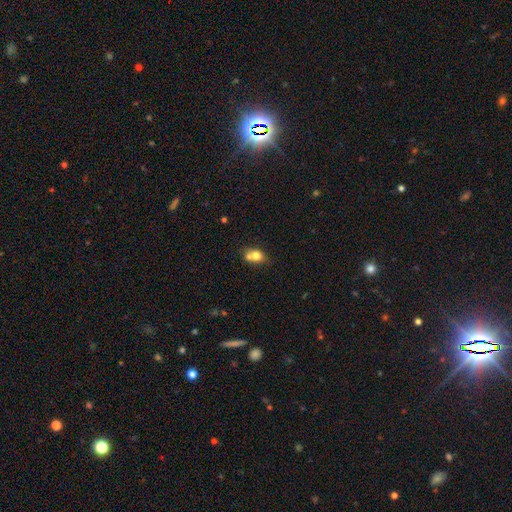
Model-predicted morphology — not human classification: Smooth or featured? Predicted: smooth (p=0.75). How rounded? Predicted: in between (p=0.62). Merging? Predicted: none (p=0.42).